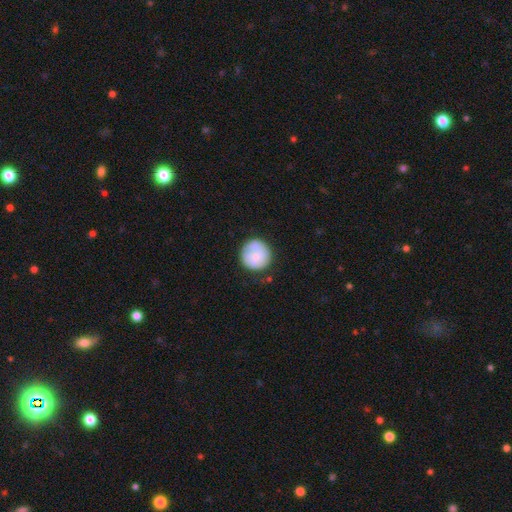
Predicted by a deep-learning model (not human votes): Smooth or featured: smooth — 69% (featured or disk — 25%)
How rounded: round — 93% (in between — 6%)
Merging: none — 75% (minor disturbance — 18%)